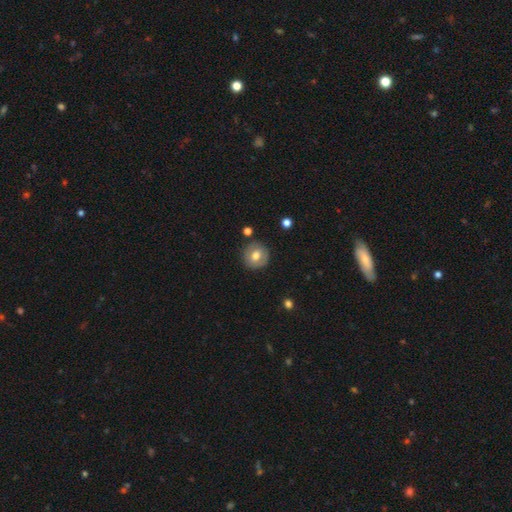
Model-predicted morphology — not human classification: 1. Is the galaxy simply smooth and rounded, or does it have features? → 67% smooth, 25% featured or disk, 8% star or artifact.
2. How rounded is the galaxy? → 90% round, 9% in between, 1% cigar-shaped.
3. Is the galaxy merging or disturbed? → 85% none, 10% minor disturbance, 3% major disturbance, 2% merger.